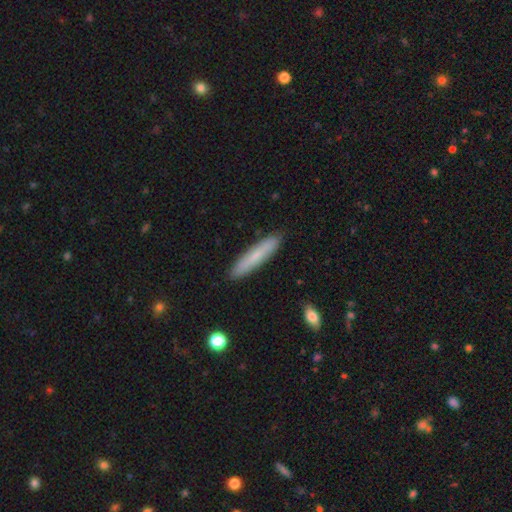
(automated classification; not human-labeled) A smooth galaxy with no disk features (71%) that is cigar-shaped (89%).

Vote fractions:
- Smooth or featured? smooth: 71% / featured or disk: 23% / star or artifact: 6%
- How rounded? cigar-shaped: 89% / in between: 10% / round: 1%
- Merging? none: 90% / minor disturbance: 8% / major disturbance: 2% / merger: 1%